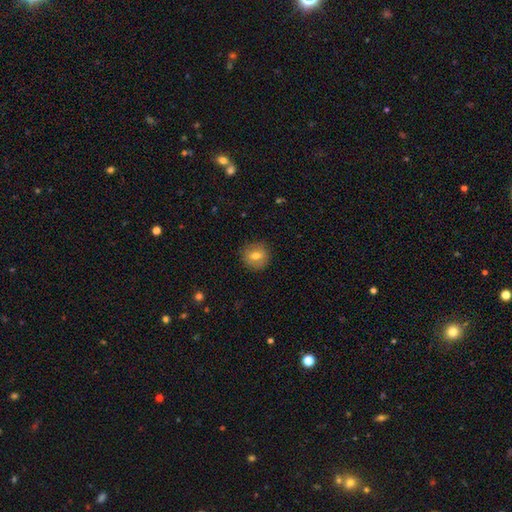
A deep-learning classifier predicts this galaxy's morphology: A smooth galaxy with no disk features (73%) that is round (90%). Merging: none (88%).